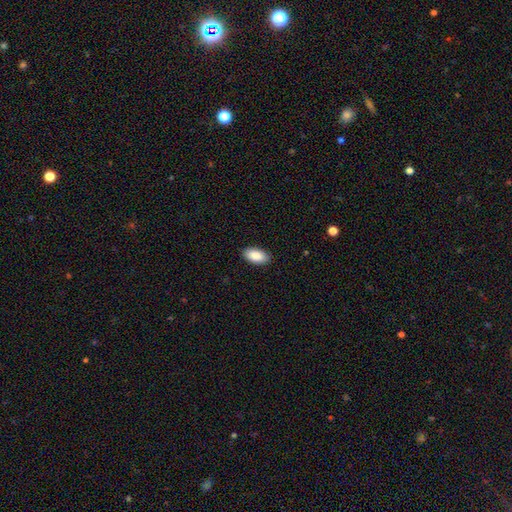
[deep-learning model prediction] smooth-or-featured: smooth: 89% | star or artifact: 6% | featured or disk: 5%
  how-rounded: in between: 95% | cigar-shaped: 3% | round: 3%
  merging: none: 90% | minor disturbance: 7% | major disturbance: 2% | merger: 1%